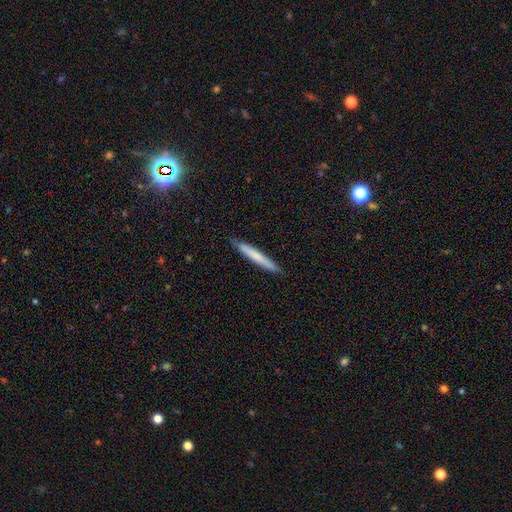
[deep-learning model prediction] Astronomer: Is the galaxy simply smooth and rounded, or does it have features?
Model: smooth — 66%.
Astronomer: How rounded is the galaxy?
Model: cigar-shaped — 96%.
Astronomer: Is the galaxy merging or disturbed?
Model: none — 88%.